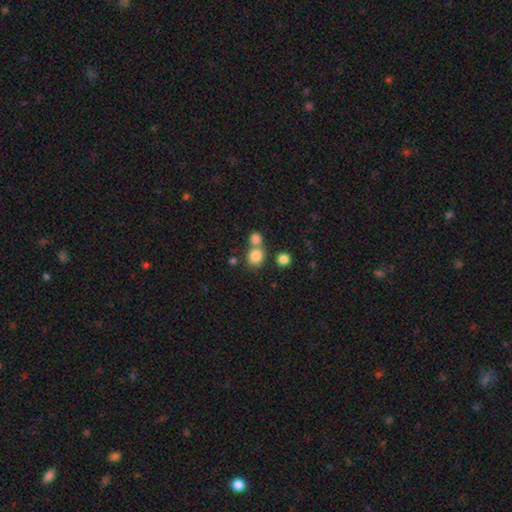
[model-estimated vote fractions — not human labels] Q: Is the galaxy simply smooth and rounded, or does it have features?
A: smooth — 82%.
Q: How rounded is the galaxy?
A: round — 77%.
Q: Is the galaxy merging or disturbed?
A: none — 54%.